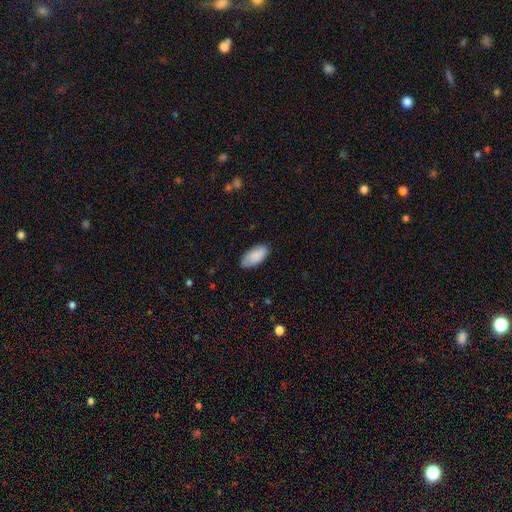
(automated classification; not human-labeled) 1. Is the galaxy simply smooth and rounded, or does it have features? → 87% smooth, 7% featured or disk, 6% star or artifact.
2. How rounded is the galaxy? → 93% in between, 5% cigar-shaped, 2% round.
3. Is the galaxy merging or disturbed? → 80% none, 16% minor disturbance, 3% major disturbance, 1% merger.